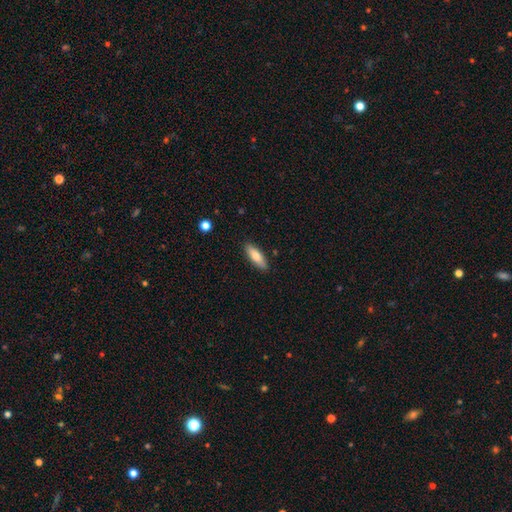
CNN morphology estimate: This appears to be a smooth galaxy with no disk features (76%) that is in between round and cigar-shaped (53%). Merging: none (88%).